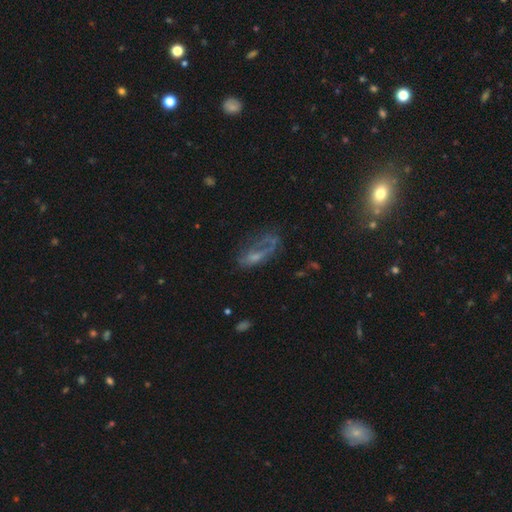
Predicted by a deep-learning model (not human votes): Morphology: type=featured or disk (51%); edge-on=no (87%); merging=major disturbance (38%).